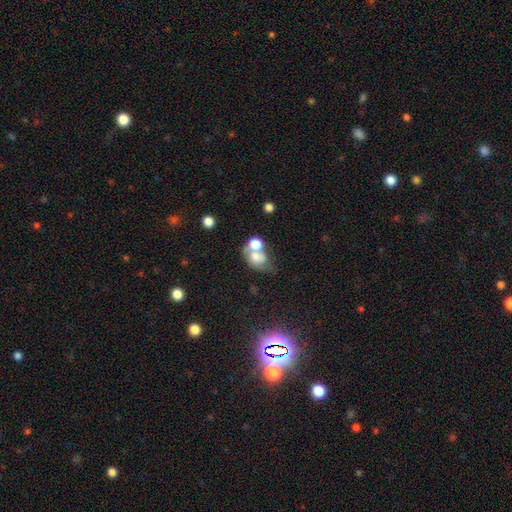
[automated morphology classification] This is likely a smooth galaxy (60%). How rounded: possibly in between (58%). Merging: possibly merger (57%).